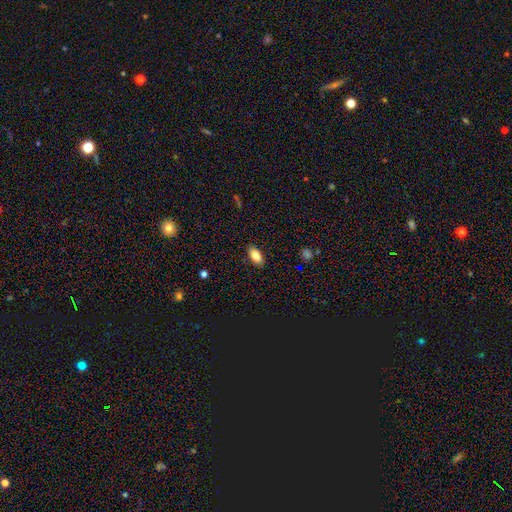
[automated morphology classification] Smooth or featured?
  - smooth: 86% *
  - star or artifact: 8%
  - featured or disk: 6%
How rounded?
  - in between: 91% *
  - cigar-shaped: 6%
  - round: 3%
Merging?
  - none: 88% *
  - minor disturbance: 8%
  - major disturbance: 2%
  - merger: 1%